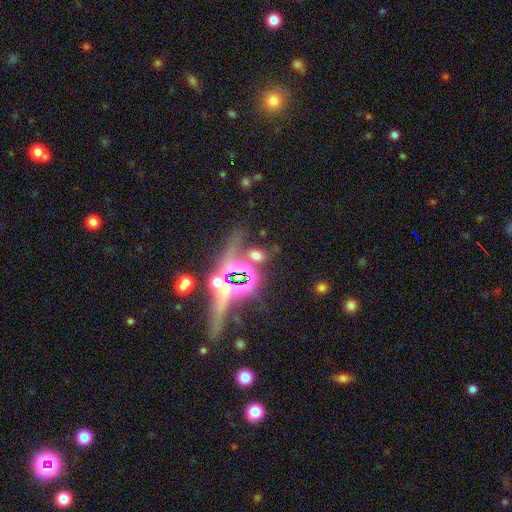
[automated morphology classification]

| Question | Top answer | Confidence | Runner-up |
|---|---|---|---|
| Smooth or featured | smooth | 50% | star or artifact (37%) |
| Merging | none | 64% | merger (15%) |